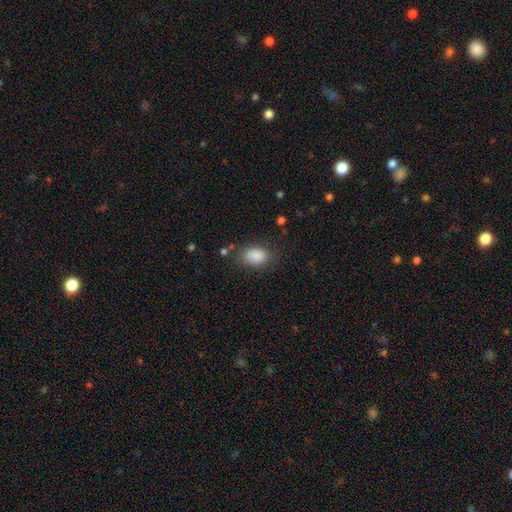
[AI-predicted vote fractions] This appears to be a smooth galaxy with no disk features (87%) that is in between round and cigar-shaped (82%). Merging: none (75%).